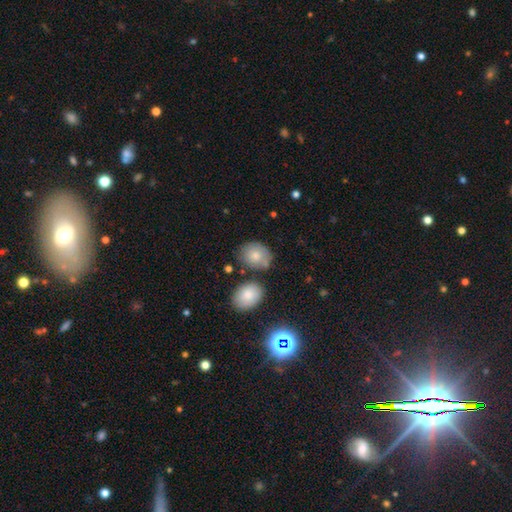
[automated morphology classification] This appears to be a smooth galaxy with no disk features (78%) that is round (51%). Merging: none (64%).